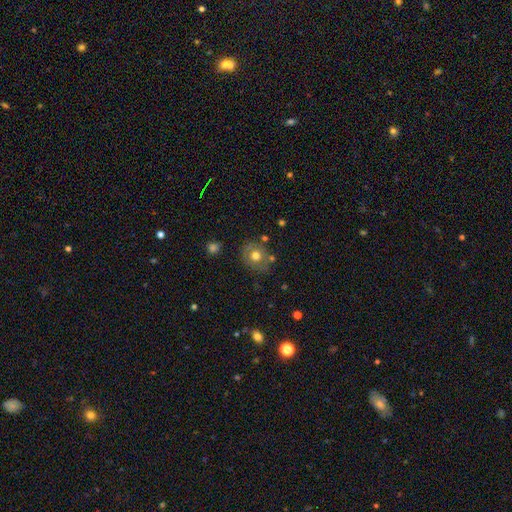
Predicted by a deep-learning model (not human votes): Smooth or featured: smooth — 60% (featured or disk — 30%)
How rounded: round — 77% (in between — 22%)
Merging: none — 72% (minor disturbance — 17%)